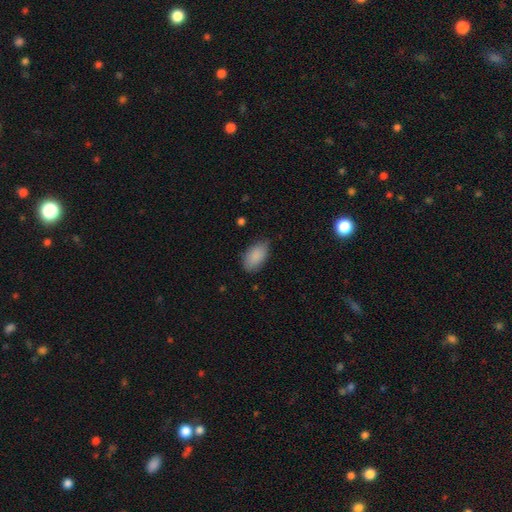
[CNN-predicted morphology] Smooth or featured?
  - smooth: 89% *
  - star or artifact: 6%
  - featured or disk: 5%
How rounded?
  - in between: 94% *
  - round: 4%
  - cigar-shaped: 2%
Merging?
  - none: 74% *
  - minor disturbance: 21%
  - major disturbance: 4%
  - merger: 1%